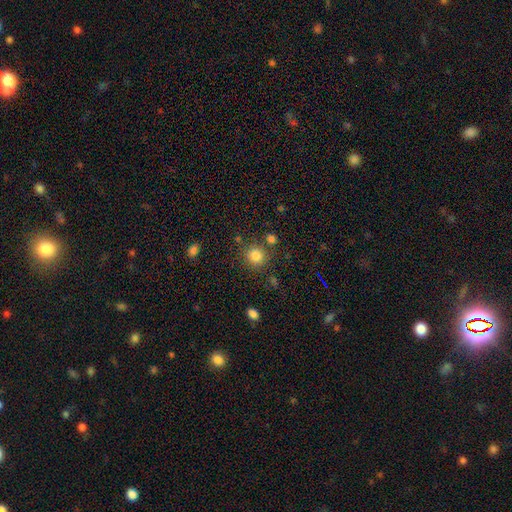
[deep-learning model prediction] smooth_or_featured: smooth (p=0.83) [alt: star or artifact p=0.12]
how_rounded: round (p=0.89) [alt: in between p=0.10]
merging: none (p=0.79) [alt: minor disturbance p=0.09]